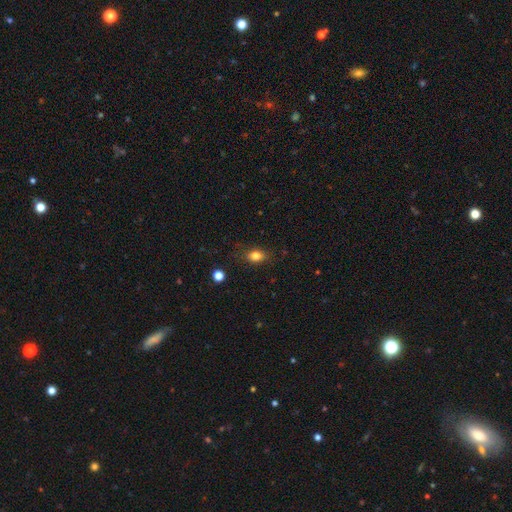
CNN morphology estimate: This appears to be a smooth galaxy with no disk features (81%) that is in between round and cigar-shaped (75%). Merging: none (81%).